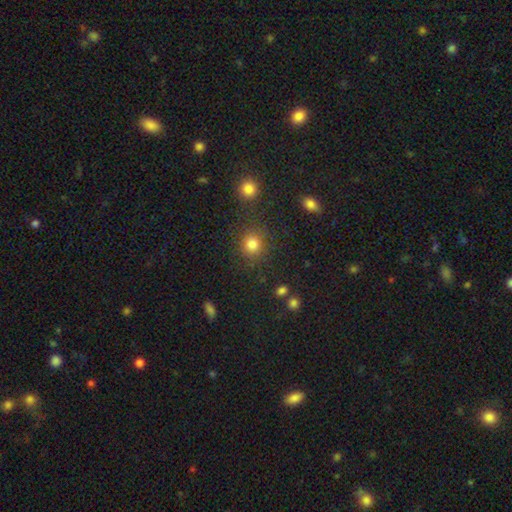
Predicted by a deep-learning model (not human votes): This is possibly a smooth galaxy (59%). How rounded: clearly round (90%). Merging: clearly none (87%).